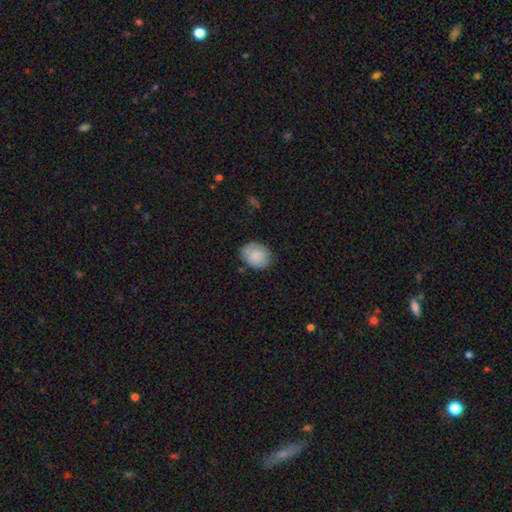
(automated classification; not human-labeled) Smooth or featured? Predicted: smooth (p=0.85). How rounded? Predicted: in between (p=0.56). Merging? Predicted: none (p=0.75).